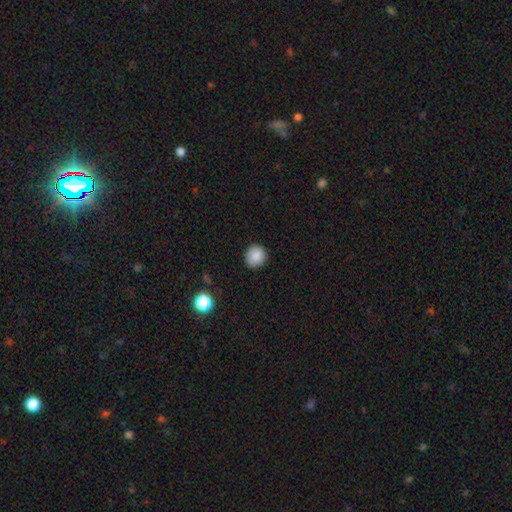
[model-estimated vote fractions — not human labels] Q: Smooth or featured?
A: smooth (87%); runner-up: star or artifact (9%)
Q: How rounded?
A: round (88%); runner-up: in between (11%)
Q: Merging?
A: none (88%); runner-up: minor disturbance (9%)